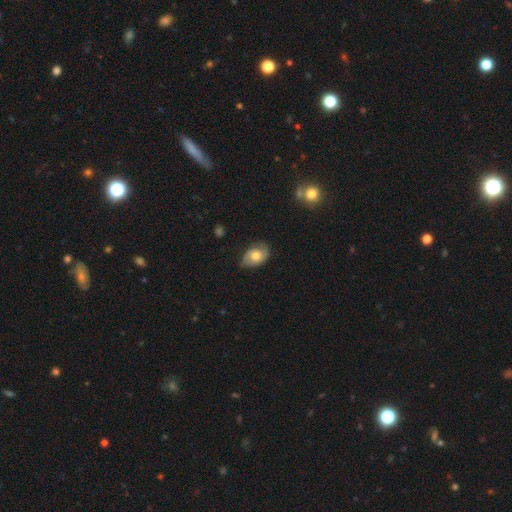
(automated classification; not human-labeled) smooth 54%, featured or disk 39%, star or artifact 7%. Down the decision tree: how rounded — in between (80%); merging — none (66%).